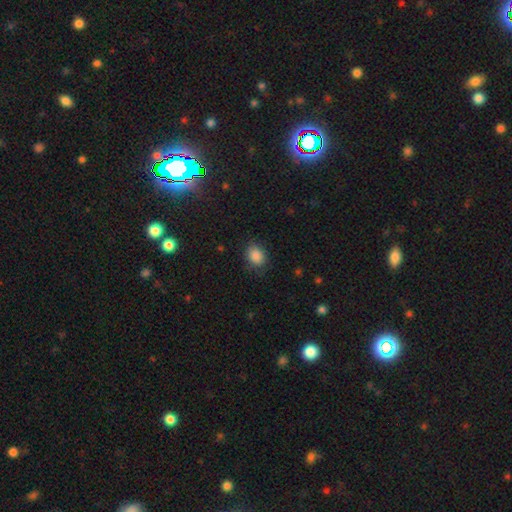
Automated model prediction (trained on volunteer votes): A smooth galaxy with no disk features (88%) that is in between round and cigar-shaped (59%). Merging: none (77%).